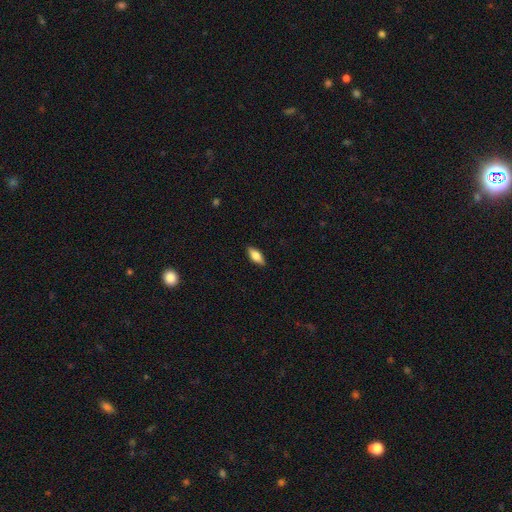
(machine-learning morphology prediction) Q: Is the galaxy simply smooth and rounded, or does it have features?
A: smooth — 67%.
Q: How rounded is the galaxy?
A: in between — 75%.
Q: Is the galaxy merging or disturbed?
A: none — 88%.